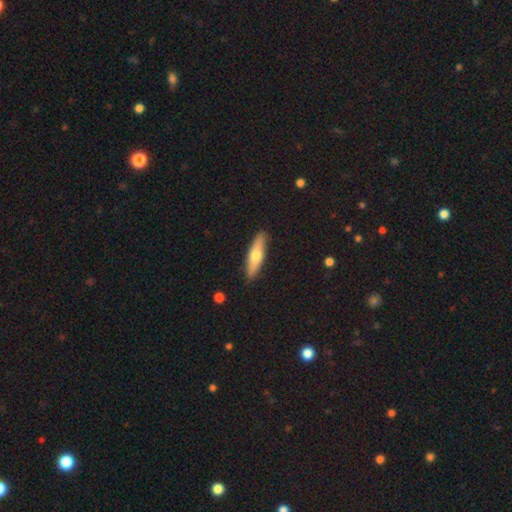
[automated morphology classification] Overall: smooth (58%; featured or disk 37%). How rounded: cigar-shaped (67%; in between 31%). Merging: none (89%).